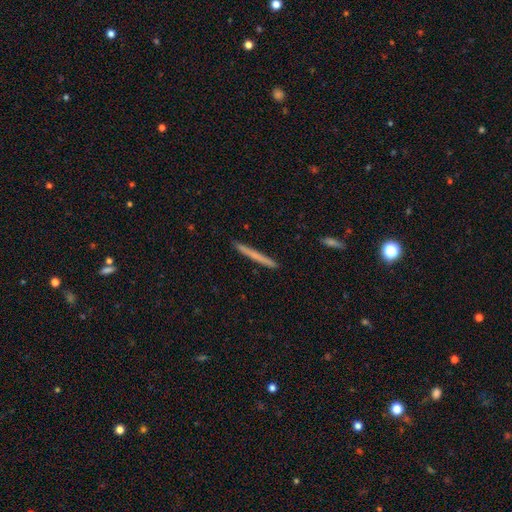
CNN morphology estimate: Overall: smooth (62%; featured or disk 32%). How rounded: cigar-shaped (97%). Merging: none (92%).